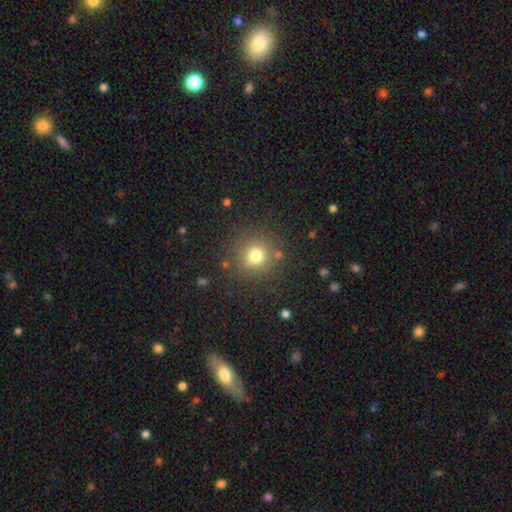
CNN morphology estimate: Overall: smooth (75%). How rounded: round (92%). Merging: none (84%).